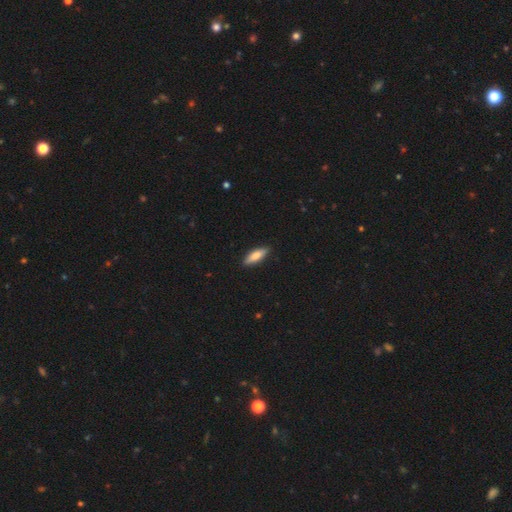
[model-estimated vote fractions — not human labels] A smooth galaxy with no disk features (76%) that is in between round and cigar-shaped (52%).

Vote fractions:
- Smooth or featured? smooth: 76% / featured or disk: 19% / star or artifact: 5%
- How rounded? in between: 52% / cigar-shaped: 46% / round: 2%
- Merging? none: 89% / minor disturbance: 9% / major disturbance: 2% / merger: 1%